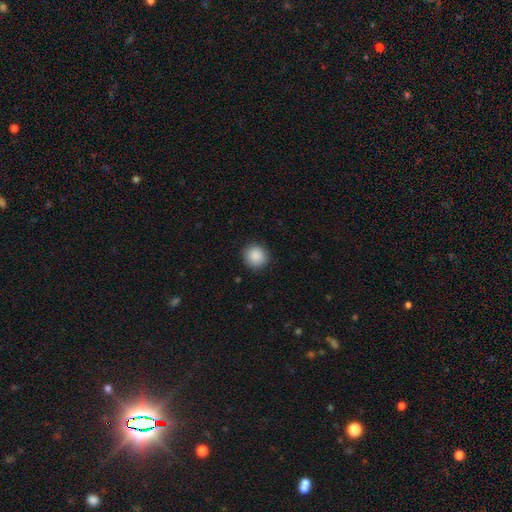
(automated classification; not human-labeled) A smooth galaxy with no disk features (89%) that is round (92%).

Vote fractions:
- Smooth or featured? smooth: 89% / star or artifact: 8% / featured or disk: 3%
- How rounded? round: 92% / in between: 7% / cigar-shaped: 1%
- Merging? none: 91% / minor disturbance: 6% / major disturbance: 2% / merger: 1%